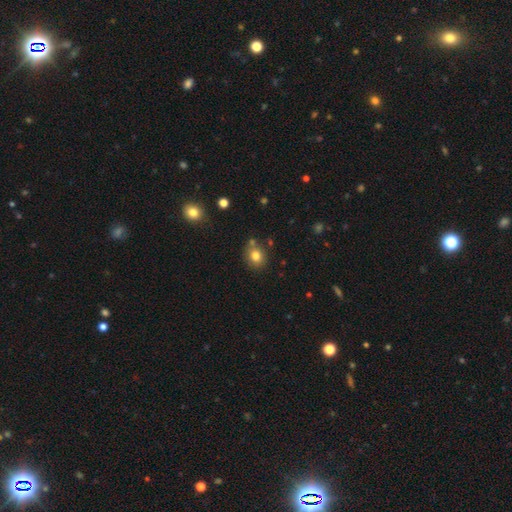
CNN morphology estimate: Smooth or featured?
  - smooth: 80% *
  - star or artifact: 12%
  - featured or disk: 8%
How rounded?
  - round: 72% *
  - in between: 27%
  - cigar-shaped: 1%
Merging?
  - none: 75% *
  - minor disturbance: 12%
  - merger: 9%
  - major disturbance: 3%